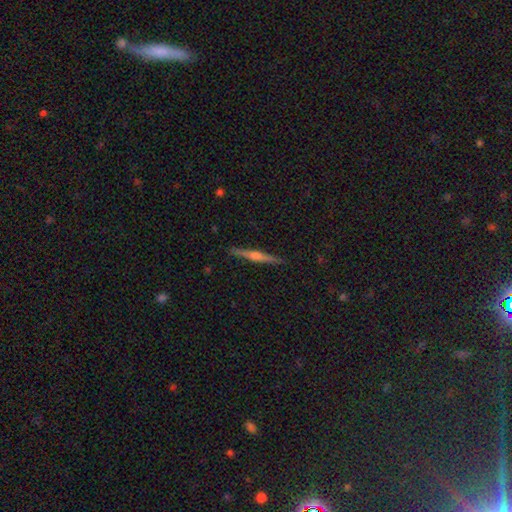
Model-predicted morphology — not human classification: Smooth or featured: featured or disk — 73% (smooth — 21%)
Edge-on disk: yes — 98% (no — 2%)
Edge-on bulge: rounded — 83% (none — 9%)
Merging: none — 91% (minor disturbance — 6%)